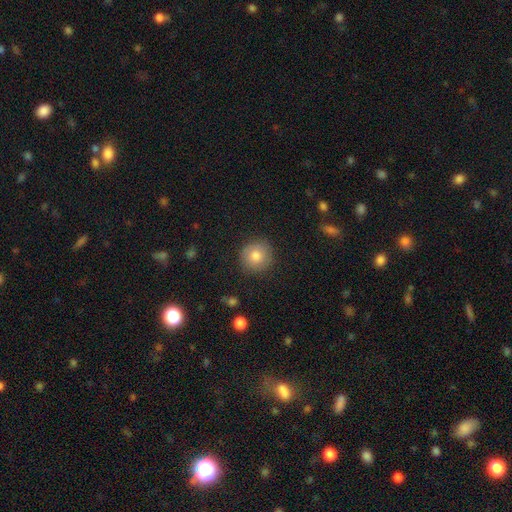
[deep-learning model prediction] smooth-or-featured: smooth: 81% | featured or disk: 10% | star or artifact: 9%
  how-rounded: round: 92% | in between: 7% | cigar-shaped: 1%
  merging: none: 87% | minor disturbance: 9% | major disturbance: 2% | merger: 1%